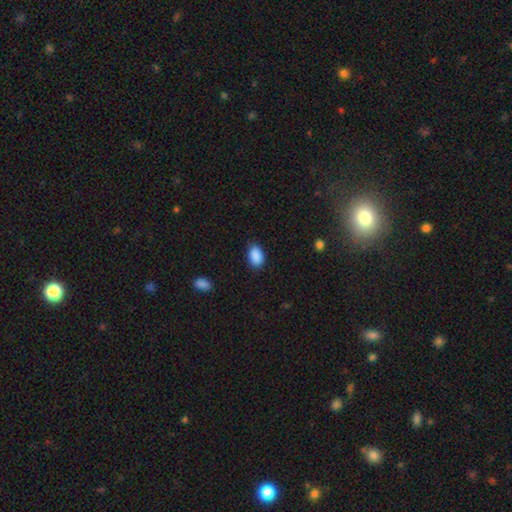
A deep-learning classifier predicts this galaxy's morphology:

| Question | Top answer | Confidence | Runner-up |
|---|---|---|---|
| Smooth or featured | smooth | 90% | star or artifact (7%) |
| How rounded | in between | 90% | round (8%) |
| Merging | none | 83% | minor disturbance (13%) |